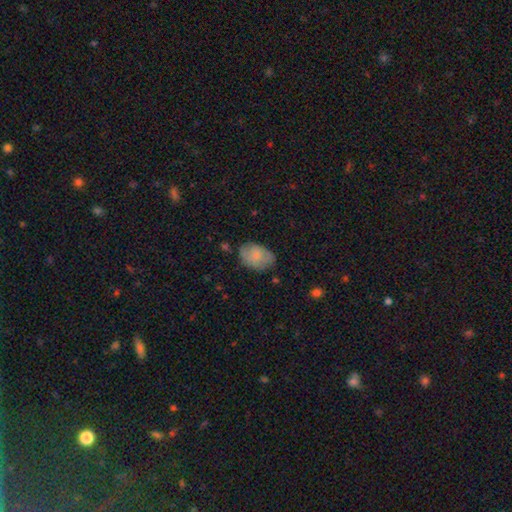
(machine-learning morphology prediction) The model was most divided on "merging": none: 68%, minor disturbance: 24%, major disturbance: 6%, merger: 2%. More confident: how rounded — in between (83%); smooth or featured — smooth (76%).